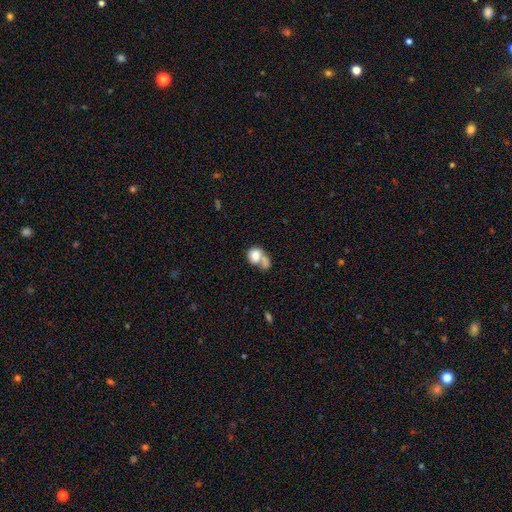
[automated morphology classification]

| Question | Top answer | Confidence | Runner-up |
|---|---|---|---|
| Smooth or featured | smooth | 73% | featured or disk (19%) |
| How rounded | in between | 51% | round (48%) |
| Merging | merger | 59% | none (19%) |